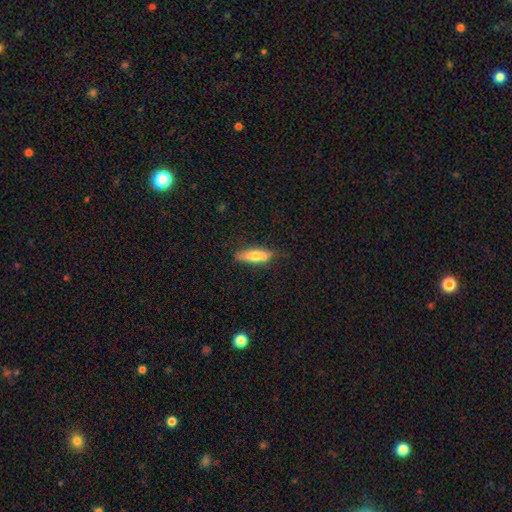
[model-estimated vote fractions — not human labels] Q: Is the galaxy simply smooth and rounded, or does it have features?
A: smooth — 68%.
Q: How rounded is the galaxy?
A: cigar-shaped — 52%.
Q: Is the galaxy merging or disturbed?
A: none — 71%.